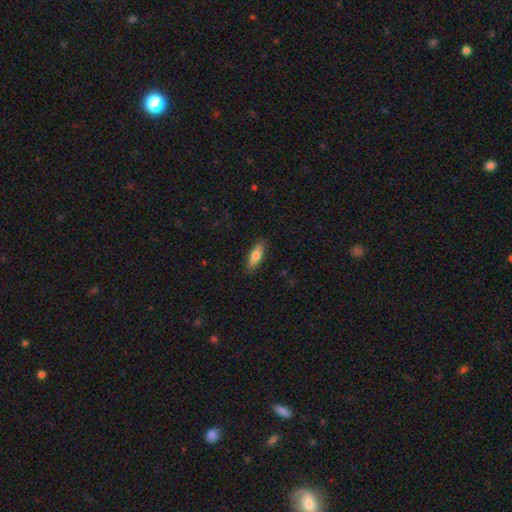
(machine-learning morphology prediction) Smooth or featured? Predicted: smooth (p=0.73). How rounded? Predicted: in between (p=0.62). Merging? Predicted: none (p=0.87).